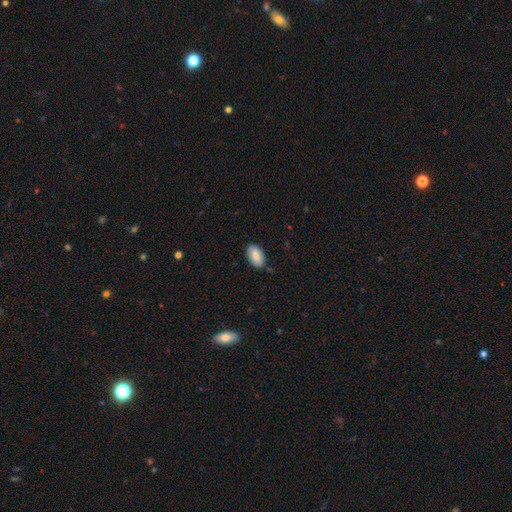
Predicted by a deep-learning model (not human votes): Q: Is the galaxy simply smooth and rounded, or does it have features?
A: smooth — 75%.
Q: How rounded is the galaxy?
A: in between — 93%.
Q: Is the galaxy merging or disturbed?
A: none — 83%.